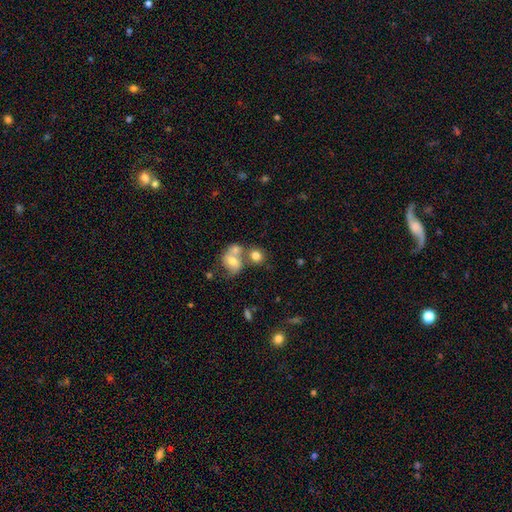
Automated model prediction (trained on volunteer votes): A smooth galaxy with no disk features (74%) that is round (73%). Merging: merger (43%).